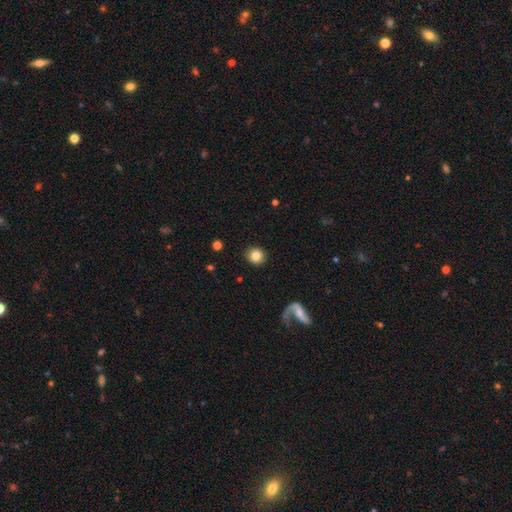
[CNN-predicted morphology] smooth-or-featured: smooth: 82% | featured or disk: 10% | star or artifact: 9%
  how-rounded: round: 88% | in between: 11% | cigar-shaped: 1%
  merging: none: 91% | minor disturbance: 5% | major disturbance: 2% | merger: 1%